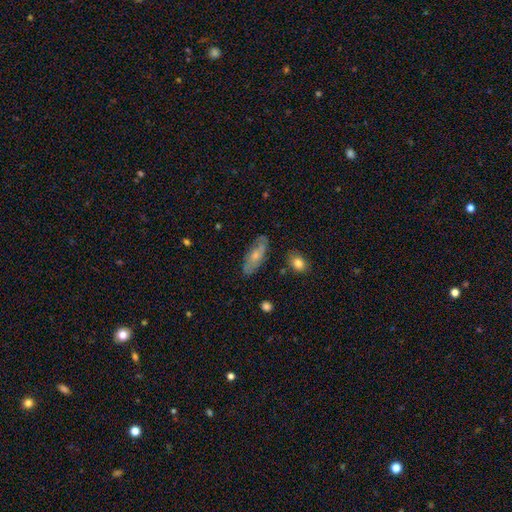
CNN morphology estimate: The model was most divided on "smooth or featured": smooth: 52%, featured or disk: 41%, star or artifact: 7%. More confident: merging — none (76%); how rounded — in between (71%).